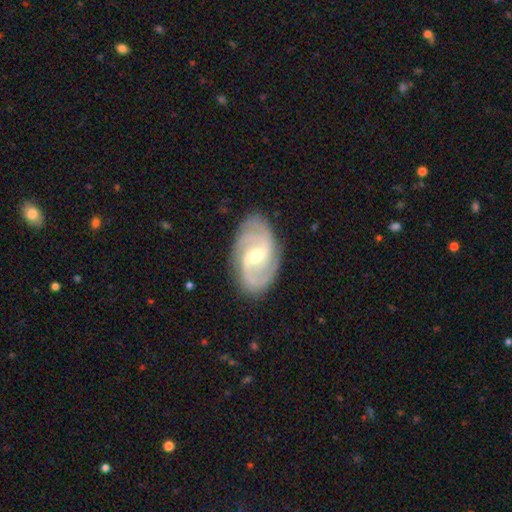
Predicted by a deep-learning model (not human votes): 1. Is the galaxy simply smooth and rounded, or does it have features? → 89% featured or disk, 7% smooth, 5% star or artifact.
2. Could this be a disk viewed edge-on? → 97% no, 3% yes.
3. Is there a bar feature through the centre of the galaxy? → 56% weak, 26% strong, 18% no.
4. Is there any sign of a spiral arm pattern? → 97% yes, 3% no.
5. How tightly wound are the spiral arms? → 45% medium, 41% tight, 13% loose.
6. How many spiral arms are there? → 36% 2, 33% 3, 13% can't tell, 9% 4, 4% 1, 4% more than 4.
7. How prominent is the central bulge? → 52% moderate, 44% small, 2% large, 1% none, 1% dominant.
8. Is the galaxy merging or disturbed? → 83% none, 12% minor disturbance, 3% major disturbance, 1% merger.